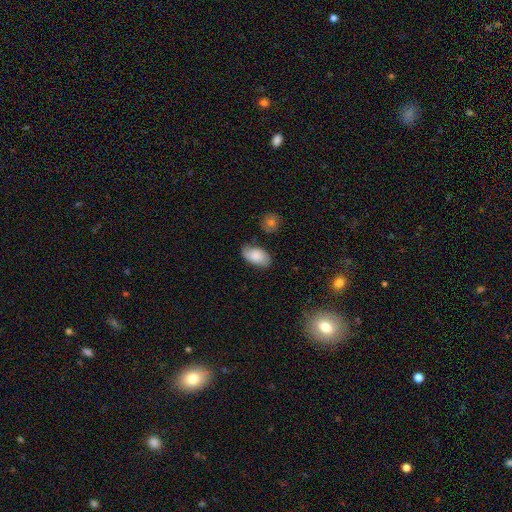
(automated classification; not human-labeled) Overall: smooth (81%). How rounded: in between (93%). Merging: none (75%).